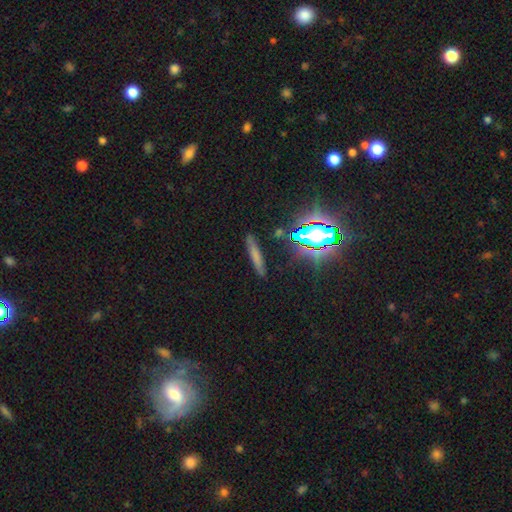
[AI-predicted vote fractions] Q: Smooth or featured?
A: smooth (58%); runner-up: featured or disk (24%)
Q: How rounded?
A: cigar-shaped (90%); runner-up: in between (7%)
Q: Merging?
A: none (84%); runner-up: minor disturbance (11%)